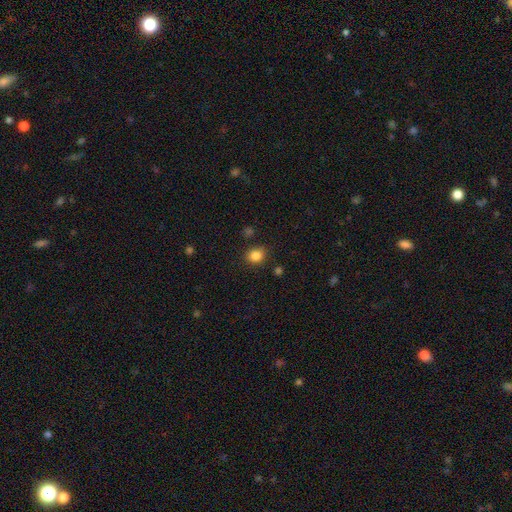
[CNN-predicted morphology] Q: Smooth or featured?
A: smooth (84%); runner-up: star or artifact (11%)
Q: How rounded?
A: round (68%); runner-up: in between (31%)
Q: Merging?
A: none (83%); runner-up: minor disturbance (11%)